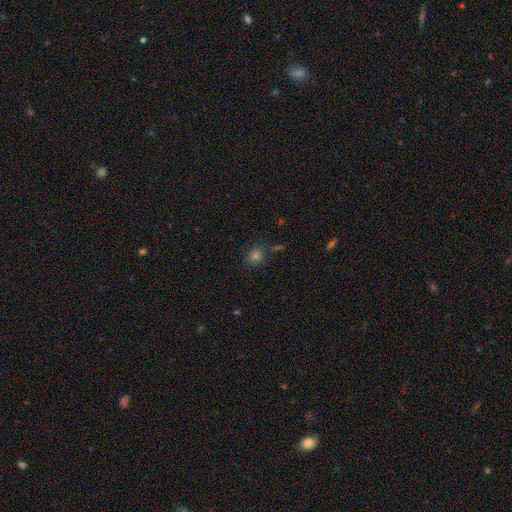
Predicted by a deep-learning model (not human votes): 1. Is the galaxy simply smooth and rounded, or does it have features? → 68% smooth, 25% star or artifact, 7% featured or disk.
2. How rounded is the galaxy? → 73% round, 25% in between, 1% cigar-shaped.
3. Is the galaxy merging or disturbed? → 80% none, 12% minor disturbance, 5% merger, 4% major disturbance.